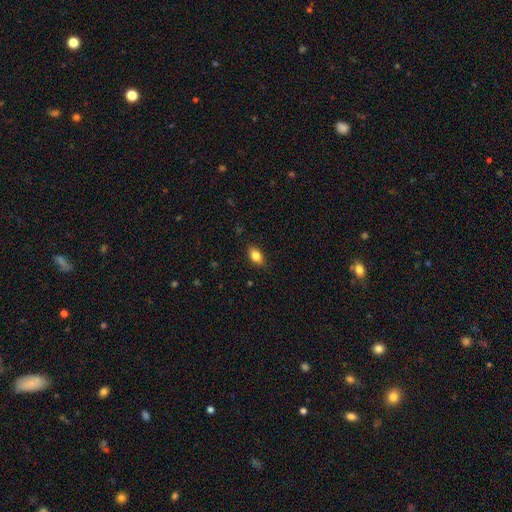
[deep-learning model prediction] This is clearly a smooth galaxy (84%). How rounded: clearly in between (85%). Merging: clearly none (86%).